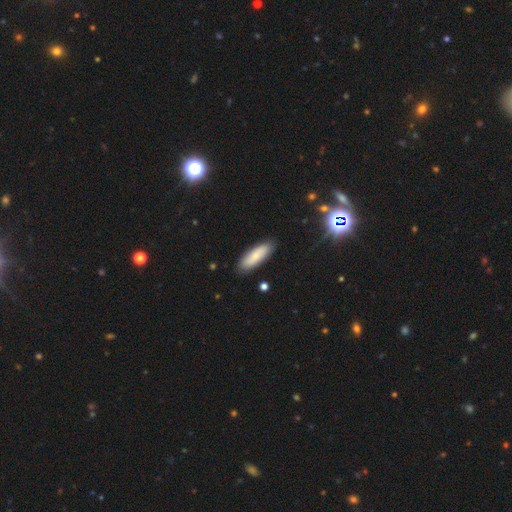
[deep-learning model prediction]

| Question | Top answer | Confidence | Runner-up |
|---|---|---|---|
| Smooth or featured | smooth | 75% | featured or disk (19%) |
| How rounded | in between | 56% | cigar-shaped (42%) |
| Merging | none | 87% | minor disturbance (10%) |